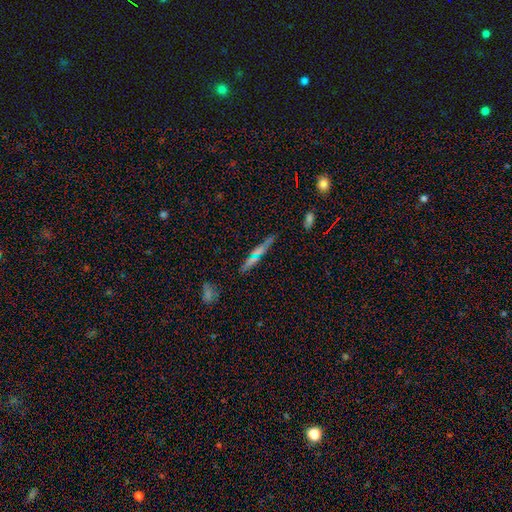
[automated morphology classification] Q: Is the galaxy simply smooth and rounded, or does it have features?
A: smooth — 52%.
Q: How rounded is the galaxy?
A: cigar-shaped — 83%.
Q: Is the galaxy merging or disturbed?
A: none — 82%.